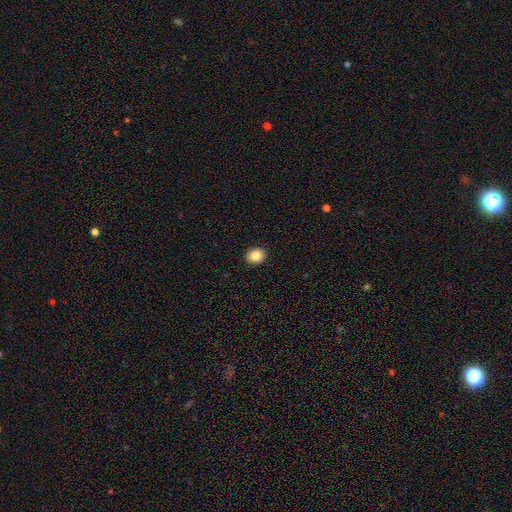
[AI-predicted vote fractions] smooth-or-featured: smooth: 85% | star or artifact: 9% | featured or disk: 6%
  how-rounded: round: 56% | in between: 43% | cigar-shaped: 1%
  merging: none: 92% | minor disturbance: 5% | major disturbance: 2% | merger: 1%